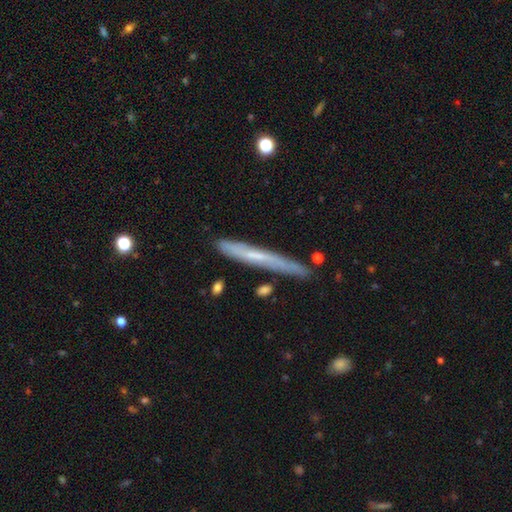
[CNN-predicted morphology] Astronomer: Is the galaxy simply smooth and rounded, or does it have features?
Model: featured or disk — 50% (runner-up: smooth, 44%).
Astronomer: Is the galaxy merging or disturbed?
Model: none — 78%.